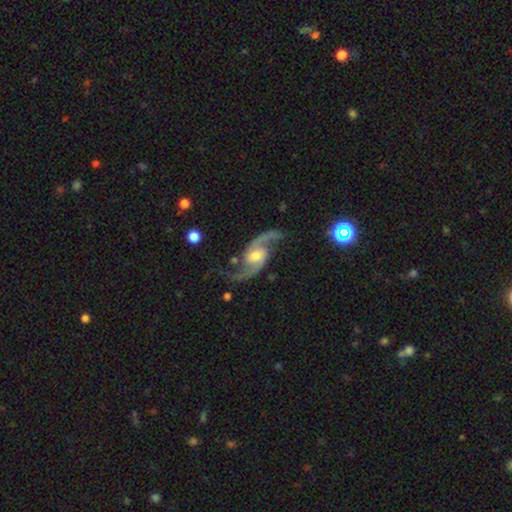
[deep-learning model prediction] Q: Smooth or featured?
A: featured or disk (92%); runner-up: star or artifact (4%)
Q: Edge-on disk?
A: no (97%); runner-up: yes (3%)
Q: Bar?
A: no (46%); runner-up: weak (42%)
Q: Spiral arms?
A: yes (98%); runner-up: no (2%)
Q: Spiral winding?
A: loose (67%); runner-up: medium (28%)
Q: Spiral arm count?
A: 2 (95%); runner-up: can't tell (1%)
Q: Bulge size?
A: moderate (59%); runner-up: small (27%)
Q: Merging?
A: none (76%); runner-up: minor disturbance (14%)